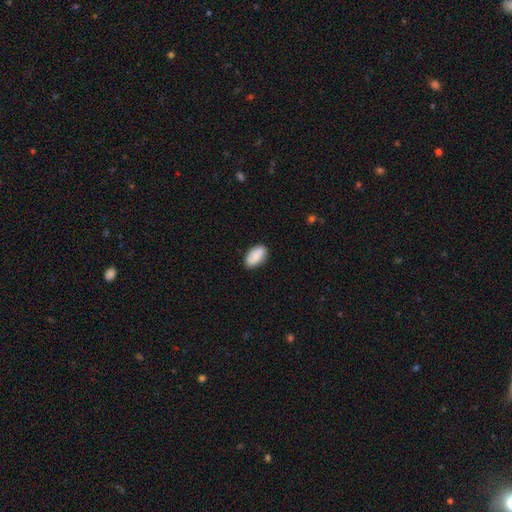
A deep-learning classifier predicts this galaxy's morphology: Overall: smooth (79%). How rounded: in between (93%). Merging: none (77%).